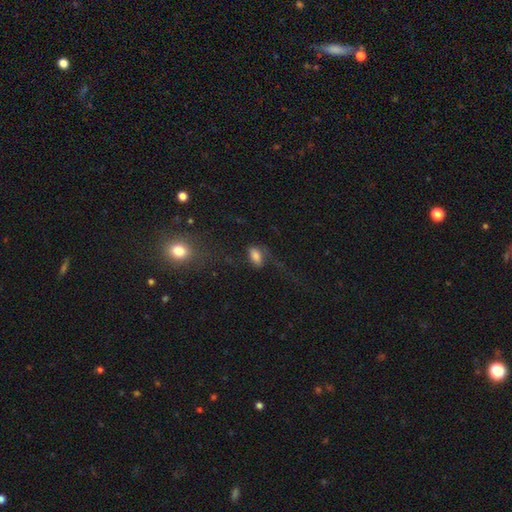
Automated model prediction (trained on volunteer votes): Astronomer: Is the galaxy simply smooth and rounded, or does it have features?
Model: smooth — 71%.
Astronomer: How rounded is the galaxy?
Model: in between — 87%.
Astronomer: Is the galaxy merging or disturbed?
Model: none — 45% (runner-up: major disturbance, 31%).